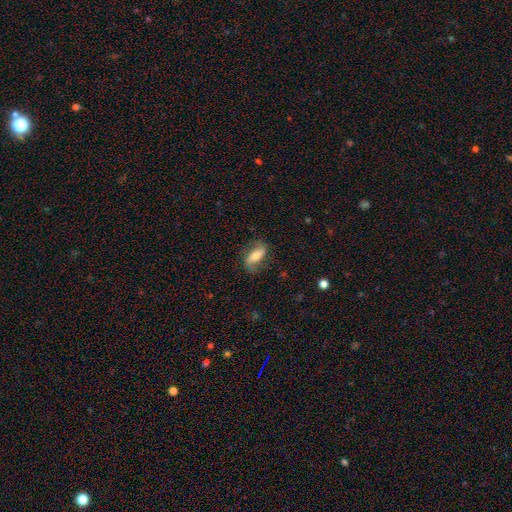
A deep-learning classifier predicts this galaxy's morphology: smooth_or_featured: smooth (p=0.48) [alt: featured or disk p=0.44]
merging: none (p=0.75) [alt: minor disturbance p=0.17]